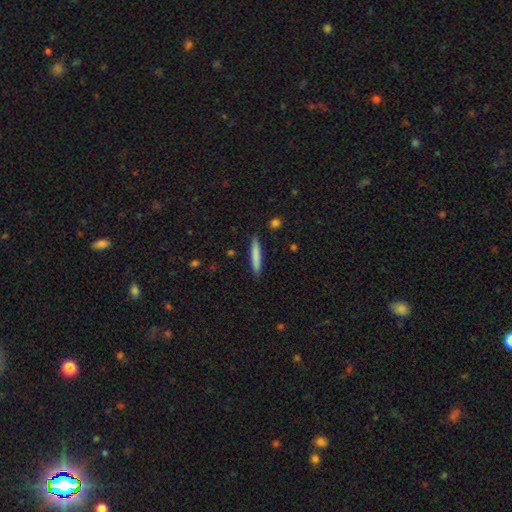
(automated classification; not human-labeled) smooth-or-featured: smooth: 79% | featured or disk: 15% | star or artifact: 6%
  how-rounded: cigar-shaped: 93% | in between: 6% | round: 1%
  merging: none: 89% | minor disturbance: 8% | major disturbance: 2% | merger: 1%